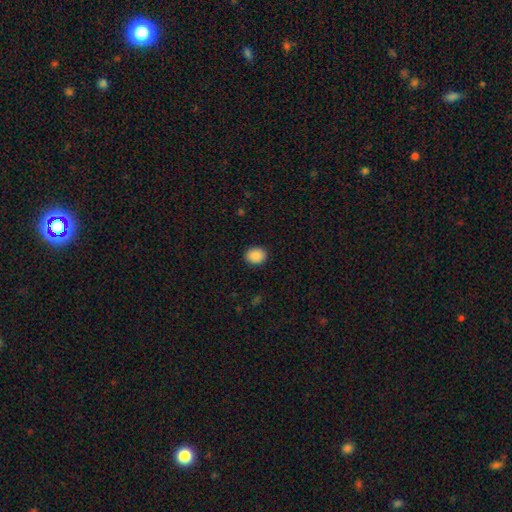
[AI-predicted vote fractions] smooth-or-featured: smooth: 89% | star or artifact: 8% | featured or disk: 3%
  how-rounded: round: 56% | in between: 43% | cigar-shaped: 1%
  merging: none: 90% | minor disturbance: 7% | major disturbance: 2% | merger: 1%